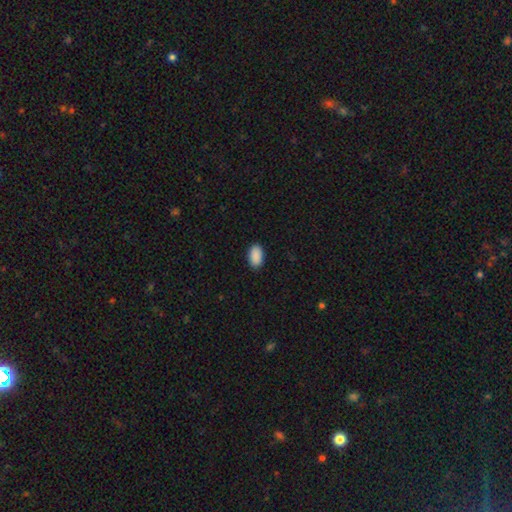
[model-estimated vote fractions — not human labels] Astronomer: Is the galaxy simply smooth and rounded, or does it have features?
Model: smooth — 91%.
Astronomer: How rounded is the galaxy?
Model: in between — 94%.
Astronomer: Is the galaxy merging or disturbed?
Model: none — 90%.